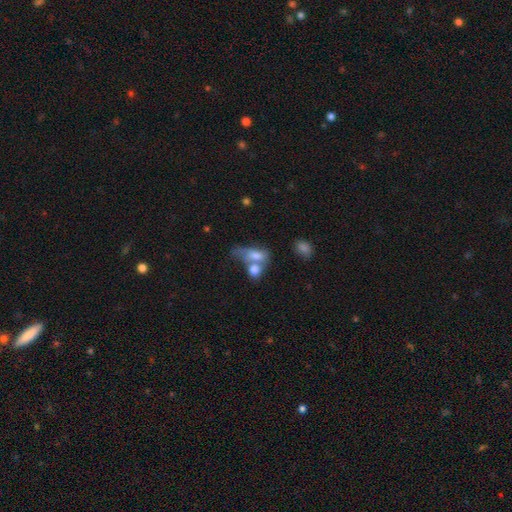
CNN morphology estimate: type=smooth (69%); roundness=in between (77%); merging=merger (62%).